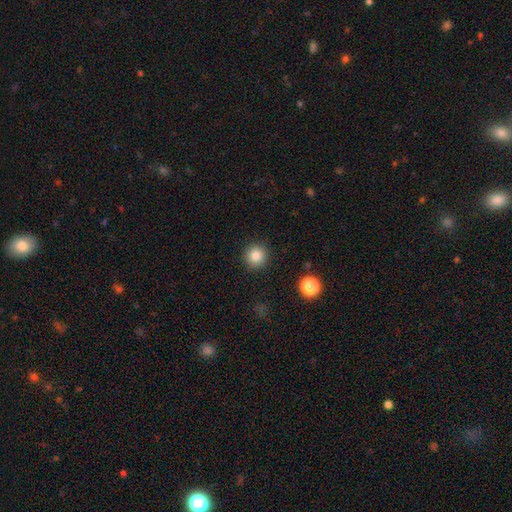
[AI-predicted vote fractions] The model was most divided on "smooth or featured": smooth: 83%, star or artifact: 11%, featured or disk: 5%. More confident: how rounded — round (95%); merging — none (91%).